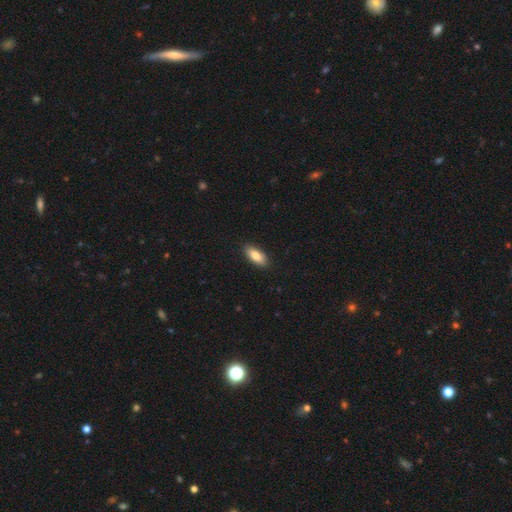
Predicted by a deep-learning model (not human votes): Smooth or featured: smooth — 81% (featured or disk — 12%)
How rounded: in between — 84% (cigar-shaped — 14%)
Merging: none — 90% (minor disturbance — 8%)